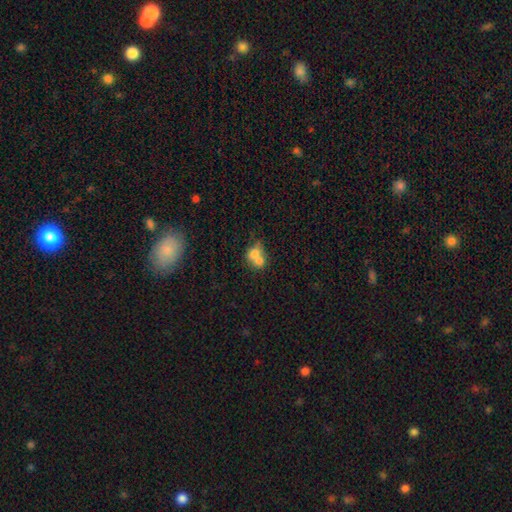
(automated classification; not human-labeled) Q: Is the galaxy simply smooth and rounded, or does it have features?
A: smooth — 67%.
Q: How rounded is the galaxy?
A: round — 57%.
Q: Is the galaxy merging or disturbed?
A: merger — 67%.